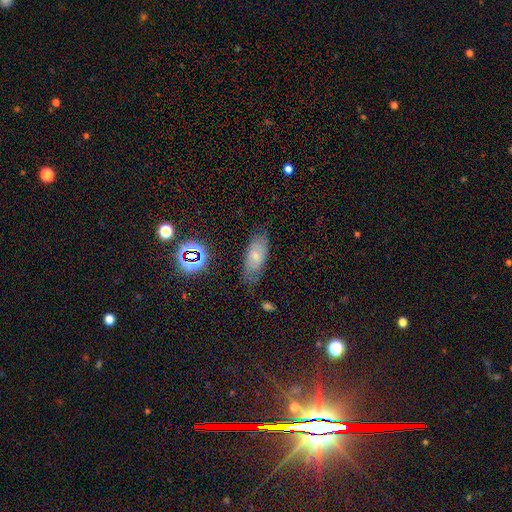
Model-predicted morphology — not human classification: smooth-or-featured: smooth: 65% | featured or disk: 21% | star or artifact: 15%
  how-rounded: in between: 78% | cigar-shaped: 18% | round: 4%
  merging: none: 72% | minor disturbance: 21% | major disturbance: 5% | merger: 2%